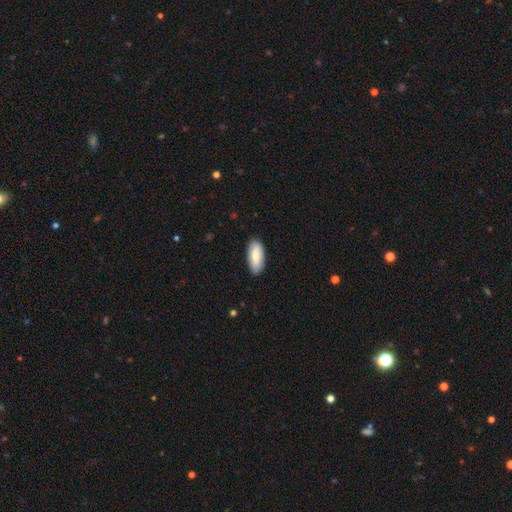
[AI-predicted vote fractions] The model was most divided on "smooth or featured": smooth: 83%, featured or disk: 12%, star or artifact: 5%. More confident: how rounded — in between (87%); merging — none (86%).